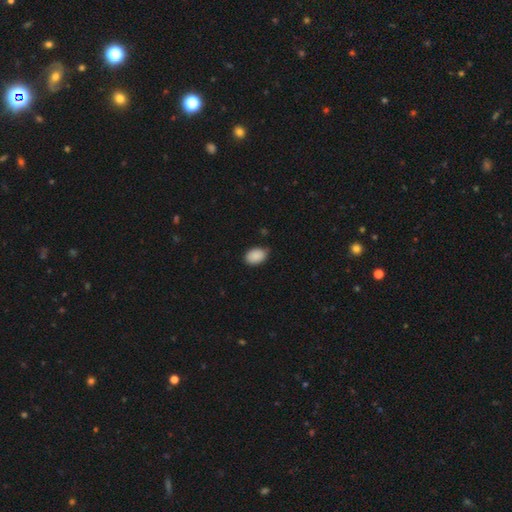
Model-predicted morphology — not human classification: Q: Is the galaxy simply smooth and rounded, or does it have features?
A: smooth — 89%.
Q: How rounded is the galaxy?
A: in between — 83%.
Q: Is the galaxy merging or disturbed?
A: none — 75%.